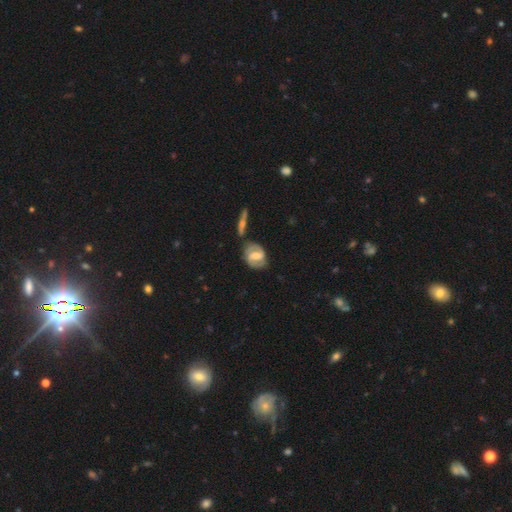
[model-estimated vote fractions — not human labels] smooth_or_featured: featured or disk (p=0.77) [alt: smooth p=0.18]
disk_edge_on: no (p=0.95) [alt: yes p=0.05]
bar: weak (p=0.46) [alt: strong p=0.39]
has_spiral_arms: yes (p=0.89) [alt: no p=0.11]
spiral_winding: medium (p=0.47) [alt: tight p=0.37]
spiral_arm_count: 2 (p=0.87) [alt: can't tell p=0.07]
bulge_size: moderate (p=0.57) [alt: small p=0.30]
merging: none (p=0.73) [alt: minor disturbance p=0.15]